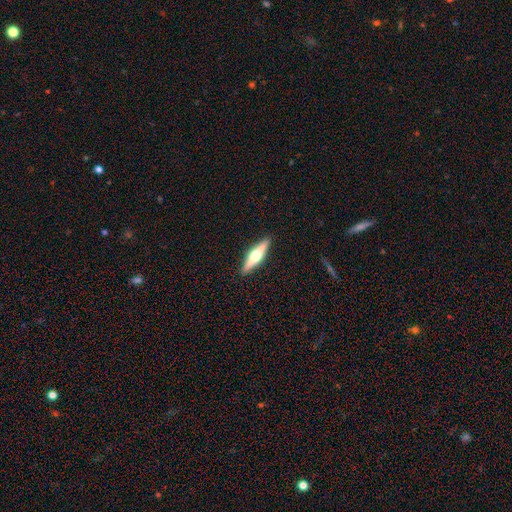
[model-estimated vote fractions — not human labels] Smooth or featured? featured or disk (62%)
Edge-on disk? yes (95%)
Edge-on bulge? rounded (95%)
Merging? none (90%)